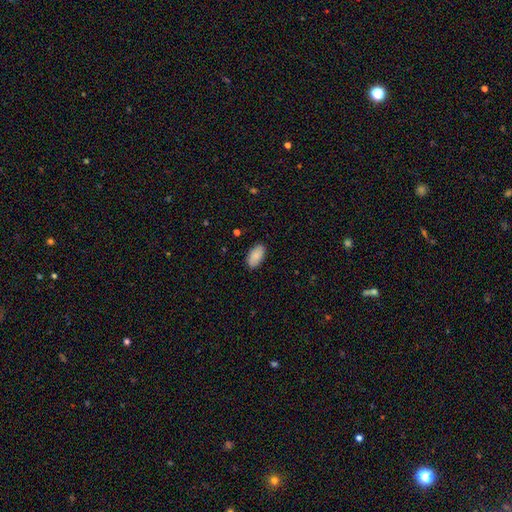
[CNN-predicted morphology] A smooth galaxy with no disk features (87%) that is in between round and cigar-shaped (95%).

Vote fractions:
- Smooth or featured? smooth: 87% / featured or disk: 7% / star or artifact: 6%
- How rounded? in between: 95% / round: 3% / cigar-shaped: 2%
- Merging? none: 88% / minor disturbance: 9% / major disturbance: 2% / merger: 1%